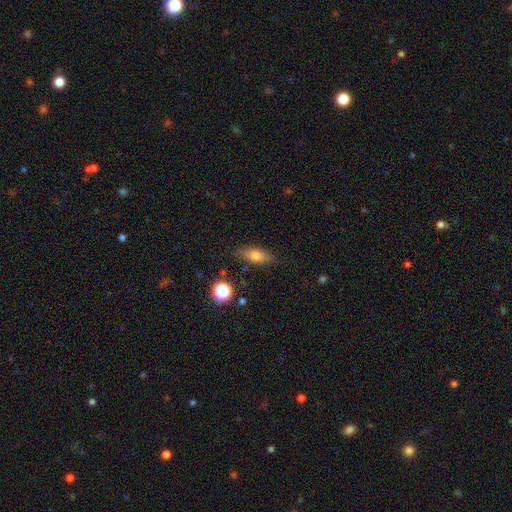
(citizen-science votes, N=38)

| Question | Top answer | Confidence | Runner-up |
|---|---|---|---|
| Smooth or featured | smooth | 58% | featured or disk (37%) |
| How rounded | in between | 77% | cigar-shaped (18%) |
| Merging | none | 92% | minor disturbance (6%) |